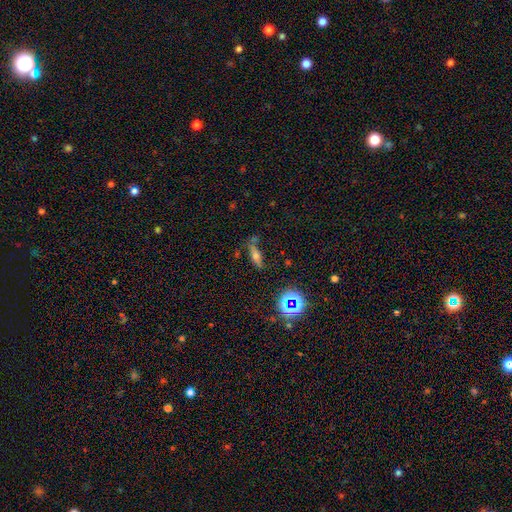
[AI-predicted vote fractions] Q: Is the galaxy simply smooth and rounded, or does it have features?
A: smooth — 47%.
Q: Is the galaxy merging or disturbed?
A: none — 63%.